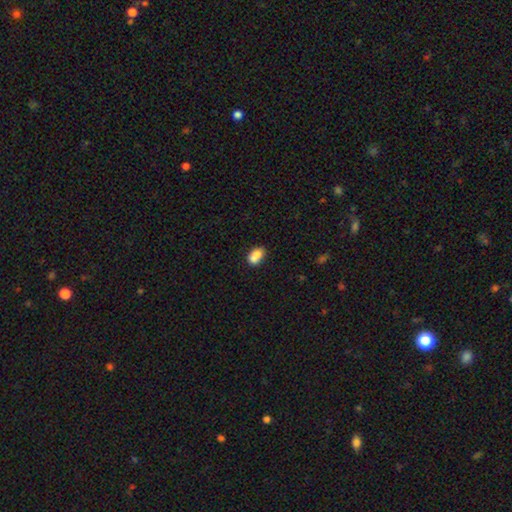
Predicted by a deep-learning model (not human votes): Smooth or featured? Predicted: smooth (p=0.77). How rounded? Predicted: in between (p=0.80). Merging? Predicted: merger (p=0.42).